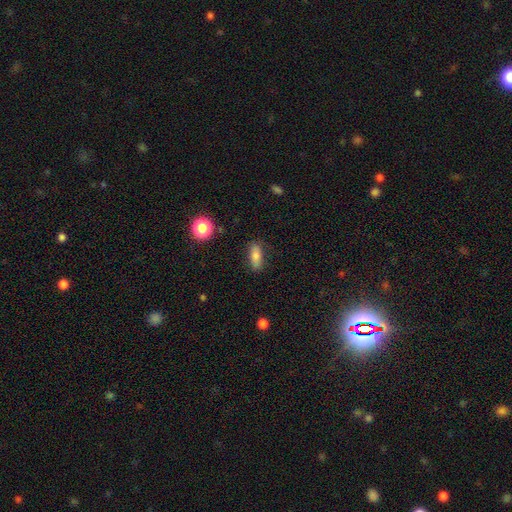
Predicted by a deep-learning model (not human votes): A smooth galaxy with no disk features (77%) that is in between round and cigar-shaped (73%).

Vote fractions:
- Smooth or featured? smooth: 77% / featured or disk: 13% / star or artifact: 9%
- How rounded? in between: 73% / cigar-shaped: 21% / round: 5%
- Merging? none: 84% / minor disturbance: 11% / major disturbance: 3% / merger: 1%